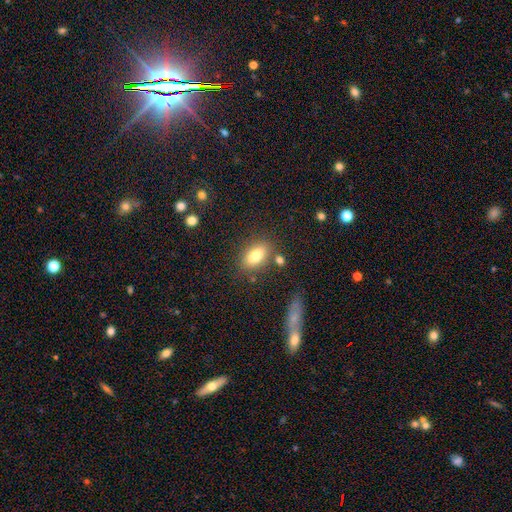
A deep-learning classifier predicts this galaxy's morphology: A smooth galaxy with no disk features (80%) that is in between round and cigar-shaped (88%). Merging: none (77%).